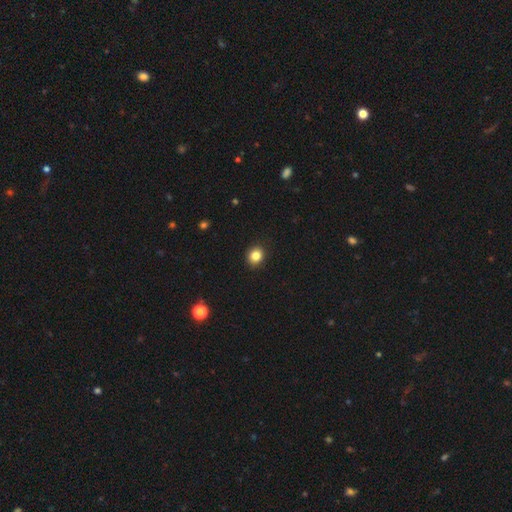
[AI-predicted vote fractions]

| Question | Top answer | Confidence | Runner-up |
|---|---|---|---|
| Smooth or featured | smooth | 84% | star or artifact (11%) |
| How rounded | round | 75% | in between (24%) |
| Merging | none | 91% | minor disturbance (6%) |